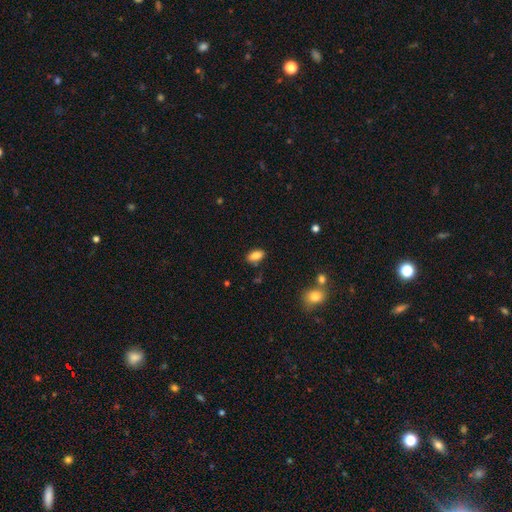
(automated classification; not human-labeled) Overall: smooth (84%). How rounded: in between (90%). Merging: none (82%).